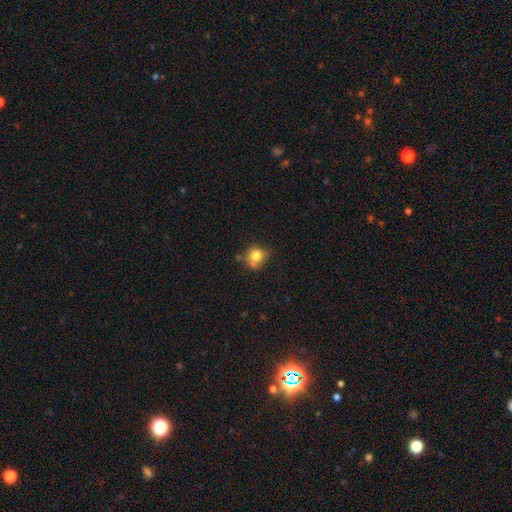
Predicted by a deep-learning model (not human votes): The model was most divided on "merging": none: 55%, minor disturbance: 25%, merger: 13%, major disturbance: 8%. More confident: smooth or featured — smooth (79%); how rounded — round (77%).